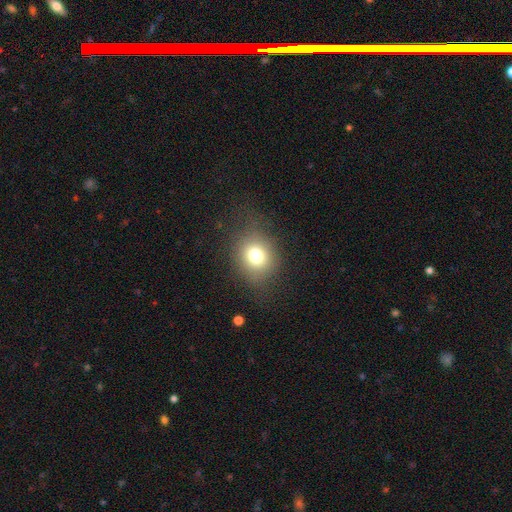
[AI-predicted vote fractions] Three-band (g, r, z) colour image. It shows a smooth galaxy with no disk features (75%) that is round (72%). Merging: none (75%).